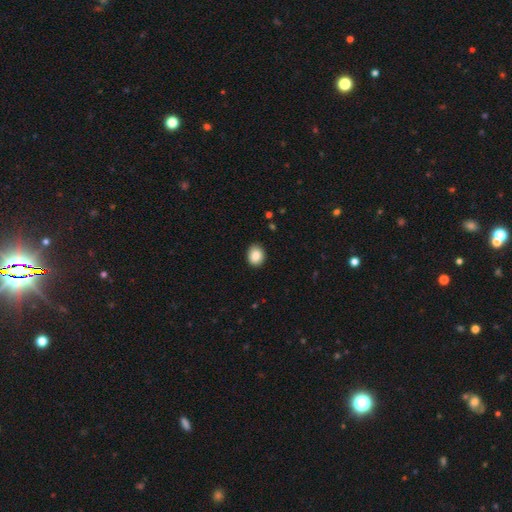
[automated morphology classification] Smooth or featured?
  - smooth: 87% *
  - star or artifact: 8%
  - featured or disk: 5%
How rounded?
  - round: 55% *
  - in between: 44%
  - cigar-shaped: 1%
Merging?
  - none: 89% *
  - minor disturbance: 8%
  - major disturbance: 2%
  - merger: 1%